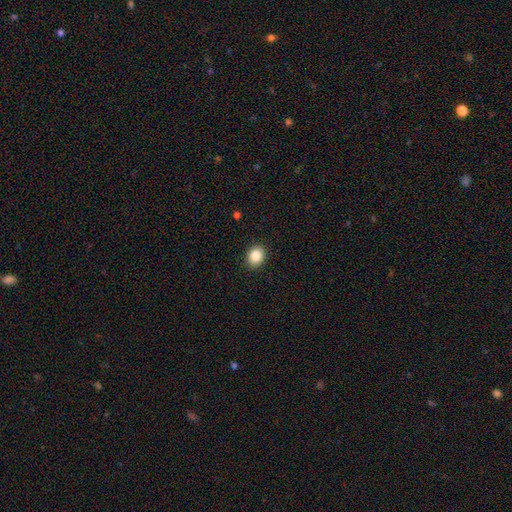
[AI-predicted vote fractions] Smooth or featured? smooth (86%)
How rounded? round (51%)
Merging? none (91%)